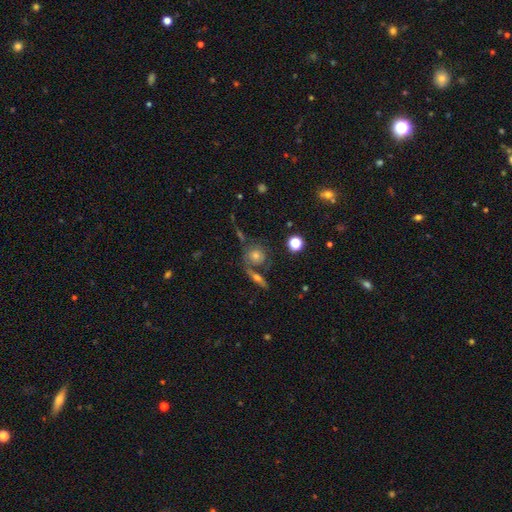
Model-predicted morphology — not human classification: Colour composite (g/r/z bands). It shows a smooth galaxy with no disk features (47%). Merging: none (58%).